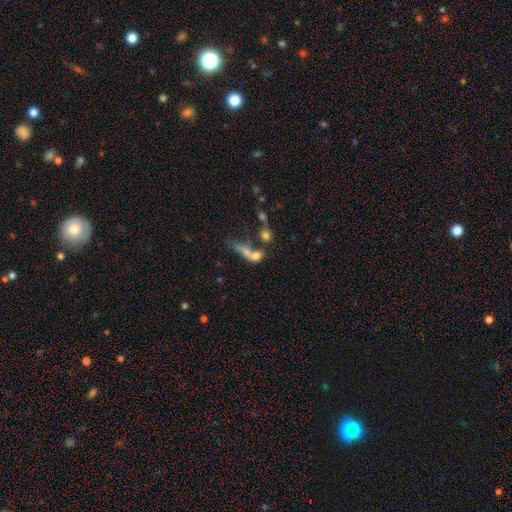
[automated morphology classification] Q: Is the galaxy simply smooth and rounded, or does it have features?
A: smooth — 51%.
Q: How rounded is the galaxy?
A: in between — 45%.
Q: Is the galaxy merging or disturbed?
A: merger — 49%.